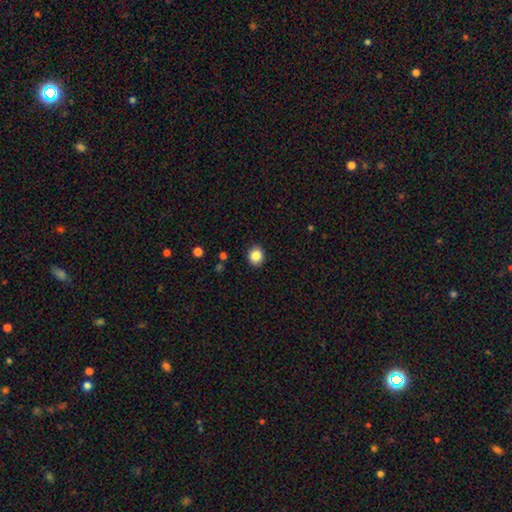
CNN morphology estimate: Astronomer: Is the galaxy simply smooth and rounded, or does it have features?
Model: smooth — 85%.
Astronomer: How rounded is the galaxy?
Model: round — 72%.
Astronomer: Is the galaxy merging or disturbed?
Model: none — 90%.